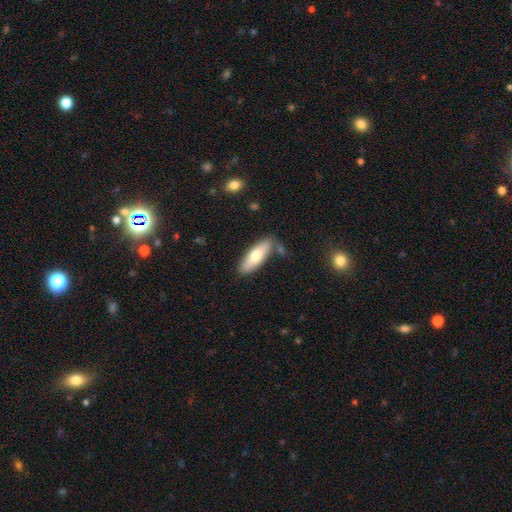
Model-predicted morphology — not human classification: The model was most divided on "how rounded": in between: 60%, cigar-shaped: 38%, round: 2%. More confident: merging — none (79%); smooth or featured — smooth (68%).